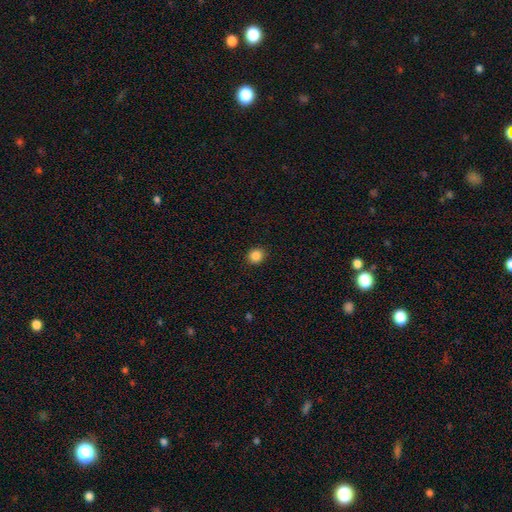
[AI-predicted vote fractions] This is clearly a smooth galaxy (86%). How rounded: clearly round (84%). Merging: clearly none (91%).